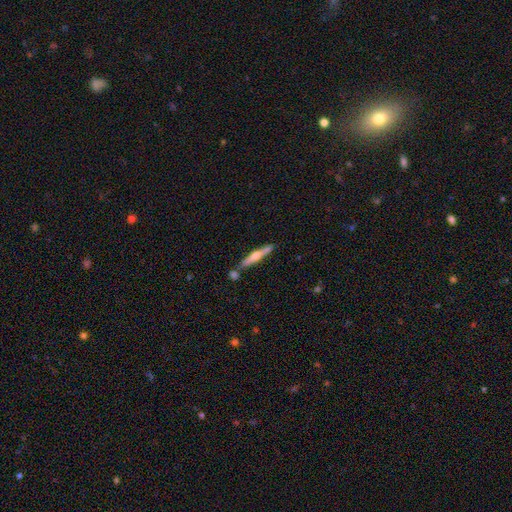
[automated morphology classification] Smooth or featured? Predicted: featured or disk (p=0.61). Edge-on disk? Predicted: yes (p=0.96). Edge-on bulge? Predicted: rounded (p=0.86). Merging? Predicted: none (p=0.76).